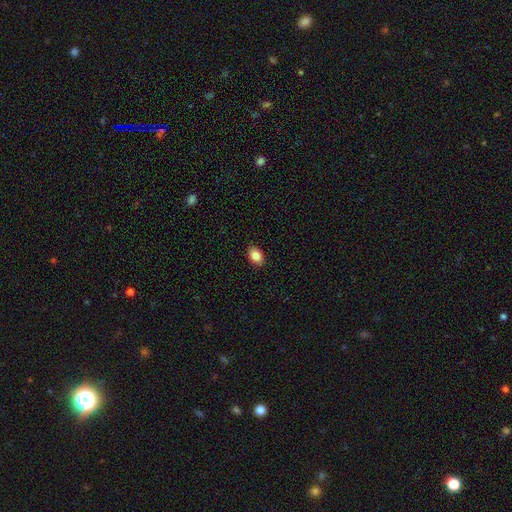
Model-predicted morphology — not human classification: This appears to be a smooth galaxy with no disk features (86%) that is in between round and cigar-shaped (83%). Merging: none (90%).